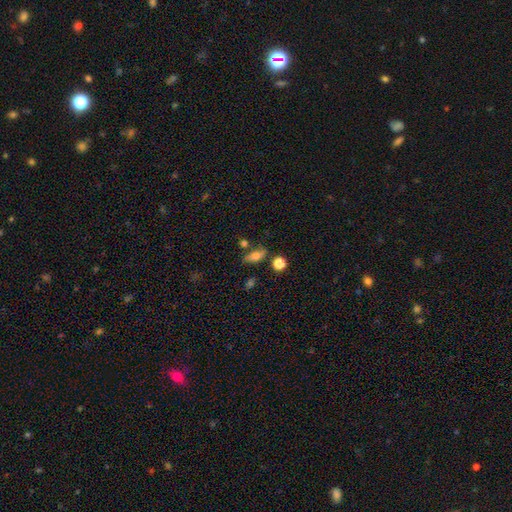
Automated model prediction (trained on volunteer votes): Q: Smooth or featured?
A: smooth (68%); runner-up: featured or disk (19%)
Q: How rounded?
A: in between (70%); runner-up: round (16%)
Q: Merging?
A: none (55%); runner-up: minor disturbance (24%)